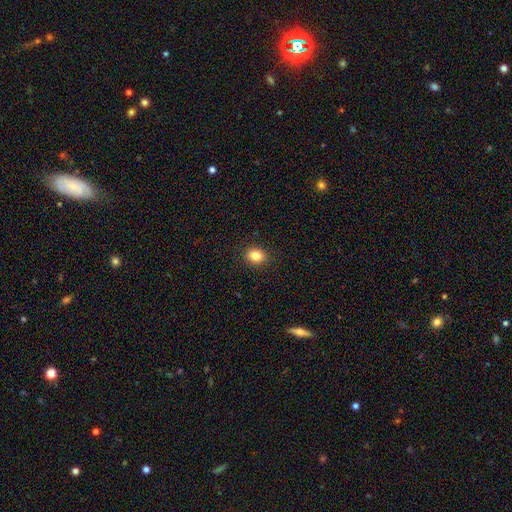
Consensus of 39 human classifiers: This appears to be a smooth galaxy with no disk features (90%) that is round (66%). Merging: none (89%).